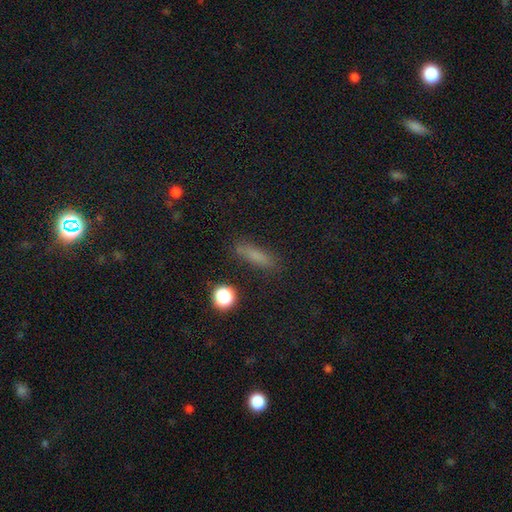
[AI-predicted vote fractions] Smooth or featured?
  - smooth: 73% *
  - star or artifact: 16%
  - featured or disk: 11%
How rounded?
  - cigar-shaped: 70% *
  - in between: 25%
  - round: 5%
Merging?
  - none: 82% *
  - minor disturbance: 12%
  - major disturbance: 4%
  - merger: 2%